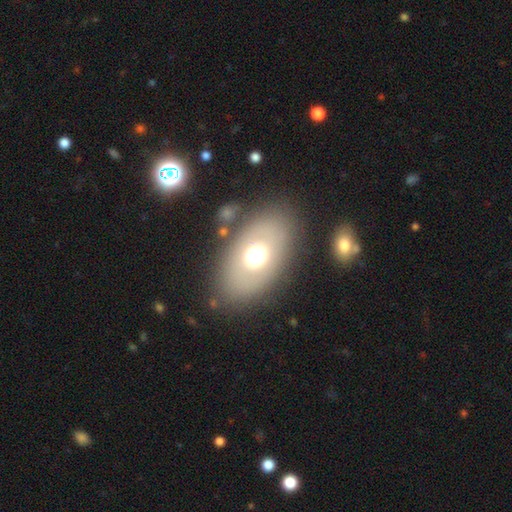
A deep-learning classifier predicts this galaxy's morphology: The model was most divided on "smooth or featured": smooth: 59%, featured or disk: 29%, star or artifact: 12%. More confident: how rounded — in between (82%); merging — none (80%).